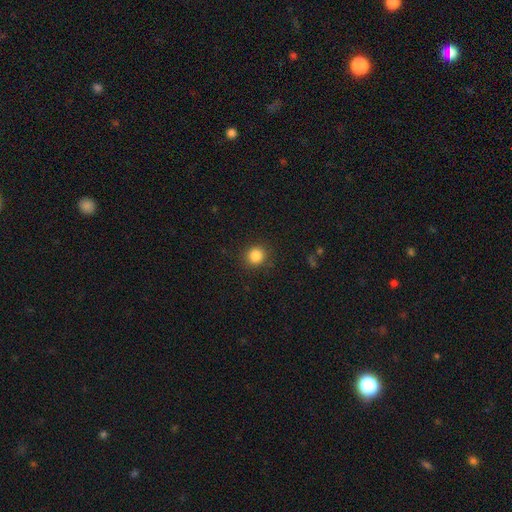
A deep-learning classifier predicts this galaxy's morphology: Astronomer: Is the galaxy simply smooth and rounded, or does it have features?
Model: smooth — 85%.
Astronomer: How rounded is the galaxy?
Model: round — 92%.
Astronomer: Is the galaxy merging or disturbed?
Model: none — 89%.